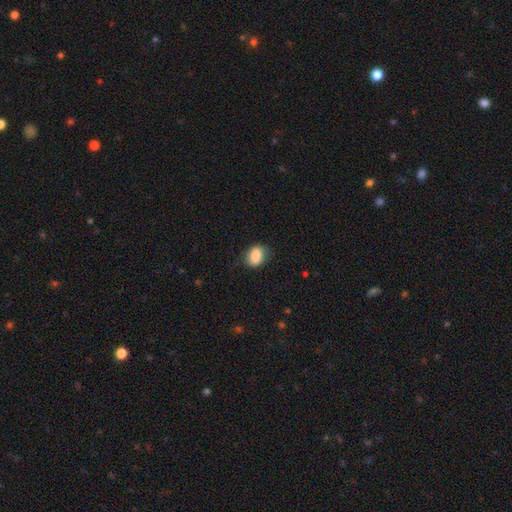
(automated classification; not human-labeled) A smooth galaxy with no disk features (84%) that is in between round and cigar-shaped (75%).

Vote fractions:
- Smooth or featured? smooth: 84% / featured or disk: 8% / star or artifact: 8%
- How rounded? in between: 75% / round: 23% / cigar-shaped: 2%
- Merging? none: 75% / minor disturbance: 19% / major disturbance: 5% / merger: 1%